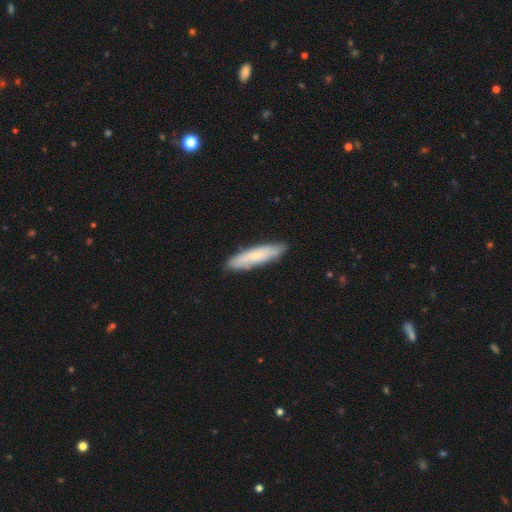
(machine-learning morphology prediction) A smooth galaxy with no disk features (62%) that is cigar-shaped (78%).

Vote fractions:
- Smooth or featured? smooth: 62% / featured or disk: 32% / star or artifact: 6%
- How rounded? cigar-shaped: 78% / in between: 20% / round: 2%
- Merging? none: 87% / minor disturbance: 10% / major disturbance: 2% / merger: 1%